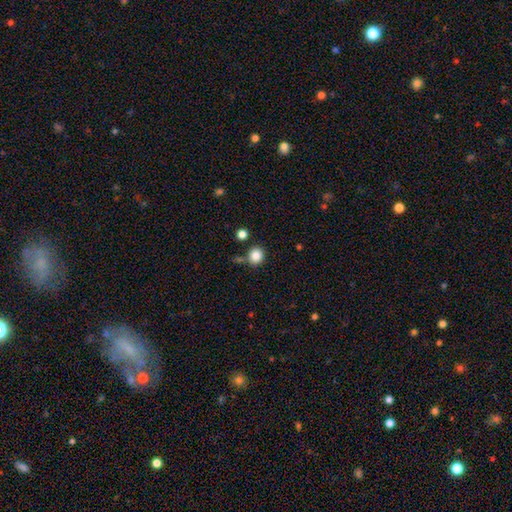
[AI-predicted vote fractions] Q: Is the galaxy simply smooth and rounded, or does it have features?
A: smooth — 85%.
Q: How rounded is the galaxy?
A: round — 86%.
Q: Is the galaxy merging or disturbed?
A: none — 77%.